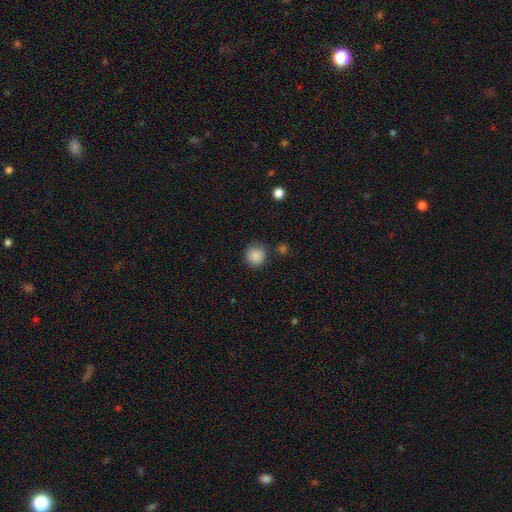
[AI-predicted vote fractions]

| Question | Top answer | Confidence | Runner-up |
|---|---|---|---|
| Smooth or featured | smooth | 87% | star or artifact (10%) |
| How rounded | round | 90% | in between (9%) |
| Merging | none | 82% | minor disturbance (11%) |